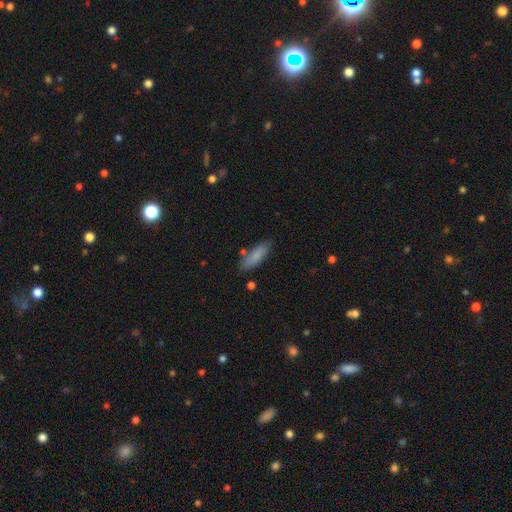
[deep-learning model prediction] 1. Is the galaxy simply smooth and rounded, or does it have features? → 83% smooth, 11% featured or disk, 6% star or artifact.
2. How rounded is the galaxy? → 53% in between, 45% cigar-shaped, 2% round.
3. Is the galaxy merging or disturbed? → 77% none, 15% minor disturbance, 4% merger, 3% major disturbance.